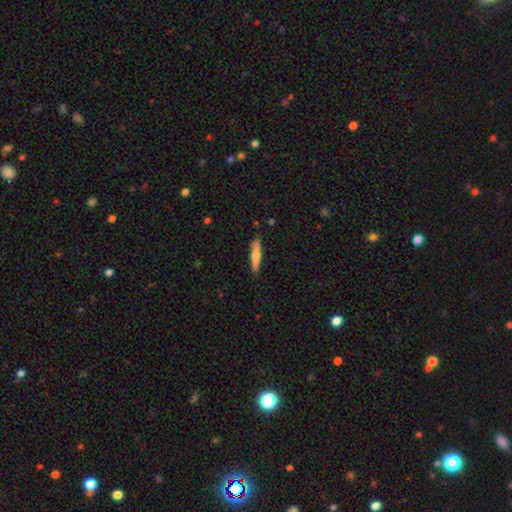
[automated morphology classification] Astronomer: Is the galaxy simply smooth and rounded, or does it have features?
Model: smooth — 59% (runner-up: featured or disk, 36%).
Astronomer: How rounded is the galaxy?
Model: cigar-shaped — 87%.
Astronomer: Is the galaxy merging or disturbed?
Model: none — 87%.